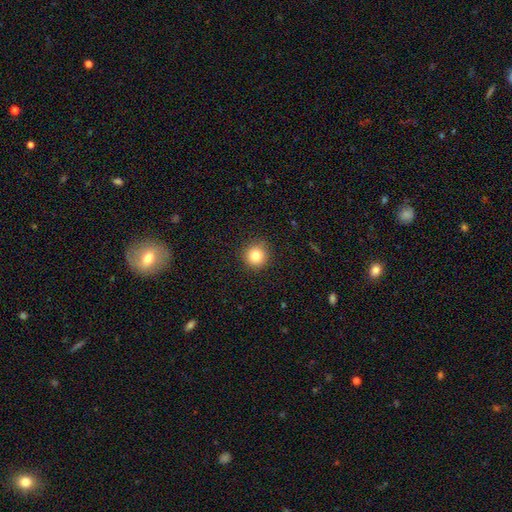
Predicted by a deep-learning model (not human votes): smooth 82%, star or artifact 11%, featured or disk 7%. Down the decision tree: how rounded — round (94%); merging — none (91%).